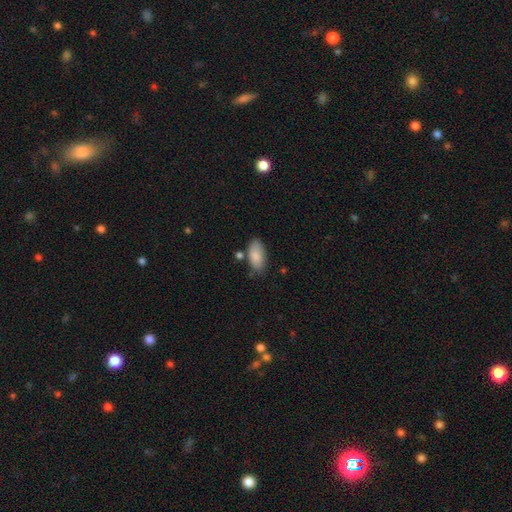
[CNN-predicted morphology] This is clearly a smooth galaxy (86%). How rounded: clearly in between (93%). Merging: likely none (74%).